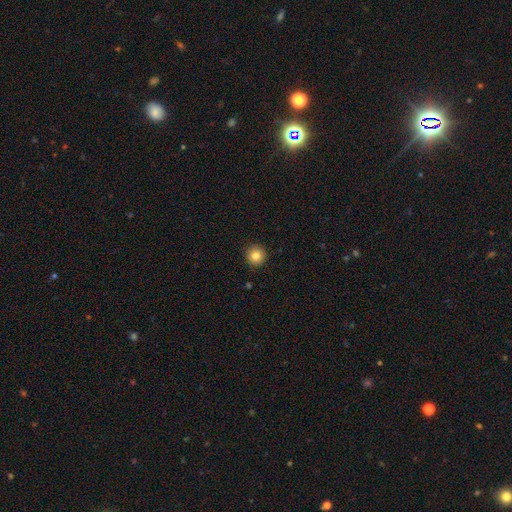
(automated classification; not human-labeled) Smooth or featured? smooth (83%)
How rounded? round (95%)
Merging? none (92%)